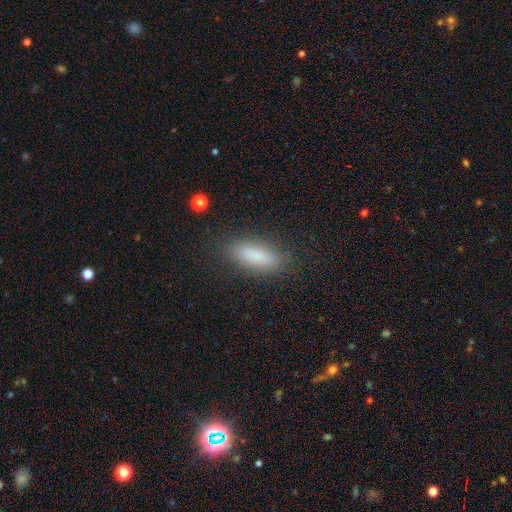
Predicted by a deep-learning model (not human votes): Q: Smooth or featured?
A: smooth (79%); runner-up: featured or disk (13%)
Q: How rounded?
A: in between (63%); runner-up: cigar-shaped (34%)
Q: Merging?
A: none (85%); runner-up: minor disturbance (11%)